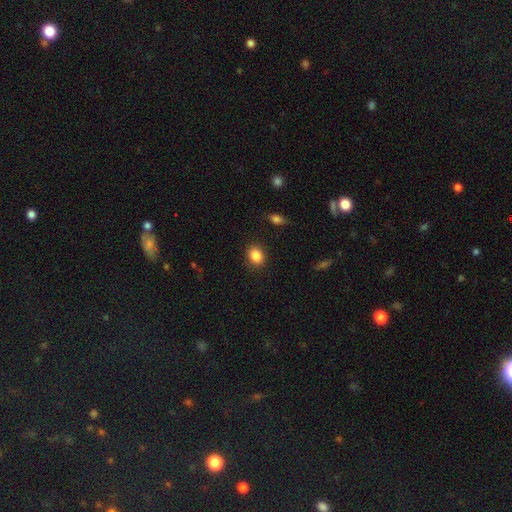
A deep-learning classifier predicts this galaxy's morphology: smooth 86%, star or artifact 9%, featured or disk 5%. Down the decision tree: how rounded — in between (50%); merging — none (87%).